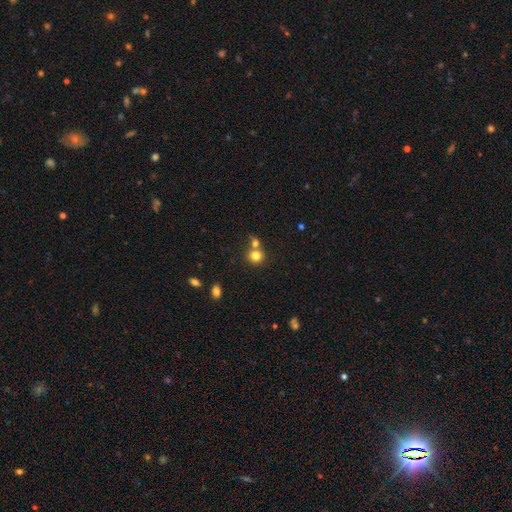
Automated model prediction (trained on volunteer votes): smooth_or_featured: smooth (p=0.80) [alt: star or artifact p=0.12]
how_rounded: round (p=0.86) [alt: in between p=0.13]
merging: none (p=0.55) [alt: merger p=0.34]